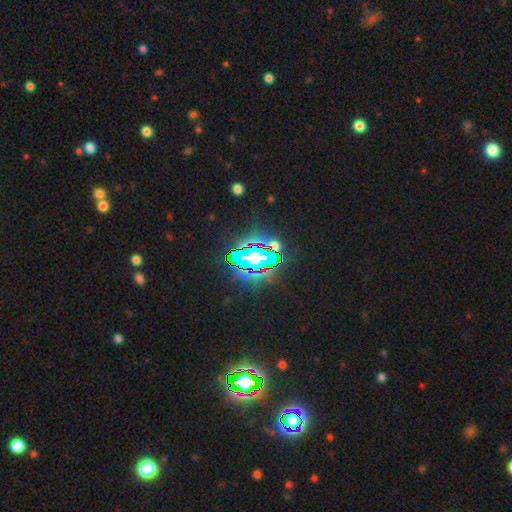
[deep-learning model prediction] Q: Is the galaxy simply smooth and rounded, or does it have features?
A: star or artifact — 79%.